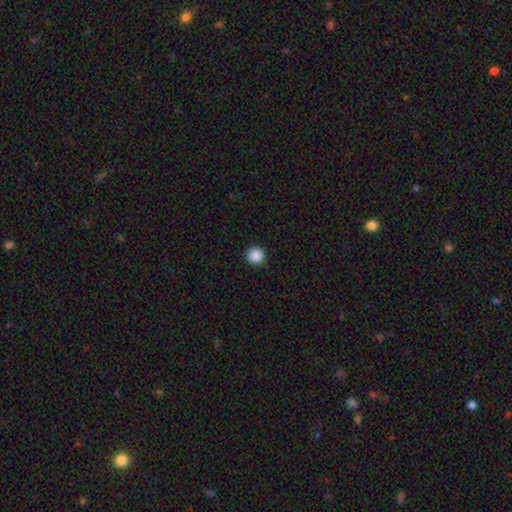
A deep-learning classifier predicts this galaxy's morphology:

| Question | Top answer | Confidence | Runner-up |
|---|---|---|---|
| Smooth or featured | smooth | 88% | star or artifact (10%) |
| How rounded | round | 96% | in between (3%) |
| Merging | none | 93% | minor disturbance (4%) |